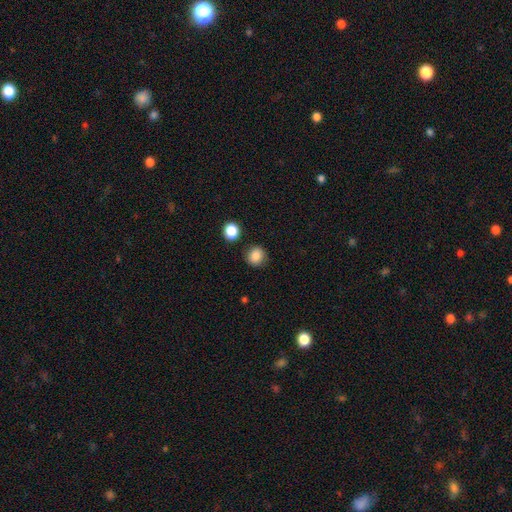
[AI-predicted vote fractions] Smooth or featured? Predicted: smooth (p=0.86). How rounded? Predicted: round (p=0.87). Merging? Predicted: none (p=0.87).